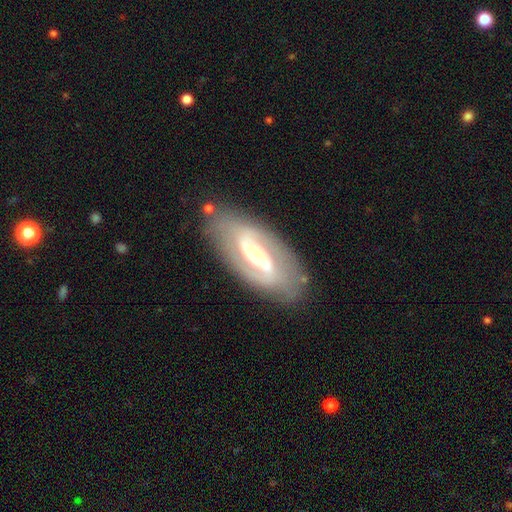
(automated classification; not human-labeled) featured or disk 84%, smooth 11%, star or artifact 5%. Down the decision tree: edge-on disk — no (93%); bar — strong (42%); spiral arms — yes (90%); spiral arm count — 2 (85%); spiral winding — medium (46%); bulge size — moderate (55%); merging — none (80%).